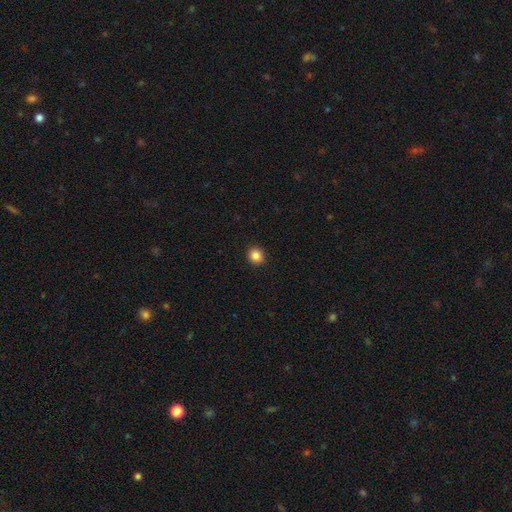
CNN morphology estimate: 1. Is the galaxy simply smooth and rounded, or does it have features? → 85% smooth, 11% star or artifact, 4% featured or disk.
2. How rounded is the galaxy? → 84% round, 15% in between, 1% cigar-shaped.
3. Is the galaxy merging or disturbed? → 93% none, 5% minor disturbance, 2% major disturbance, 1% merger.